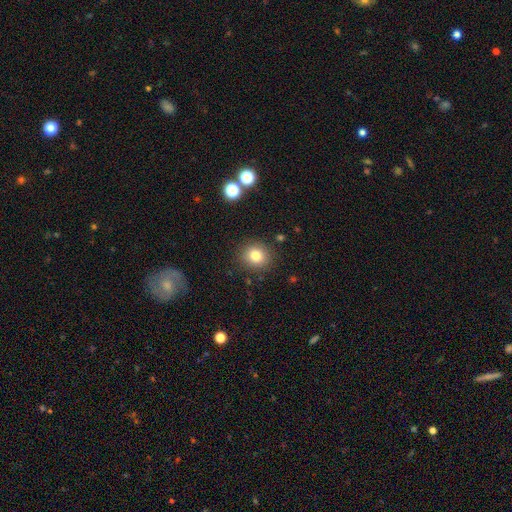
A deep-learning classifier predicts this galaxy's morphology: This is clearly a smooth galaxy (81%). How rounded: clearly round (82%). Merging: clearly none (88%).